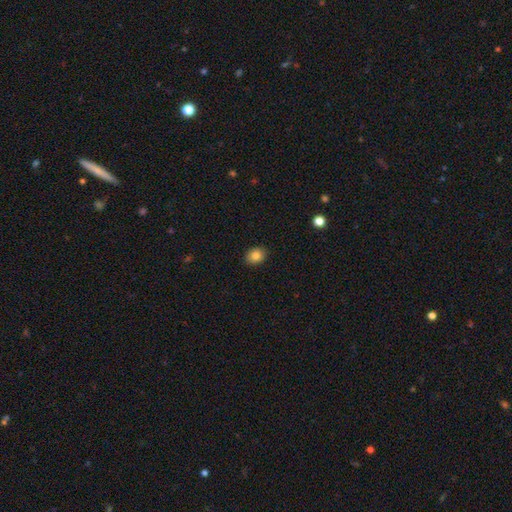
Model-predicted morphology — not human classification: smooth-or-featured: smooth: 84% | star or artifact: 9% | featured or disk: 7%
  how-rounded: in between: 55% | round: 44% | cigar-shaped: 1%
  merging: none: 89% | minor disturbance: 8% | major disturbance: 2% | merger: 1%